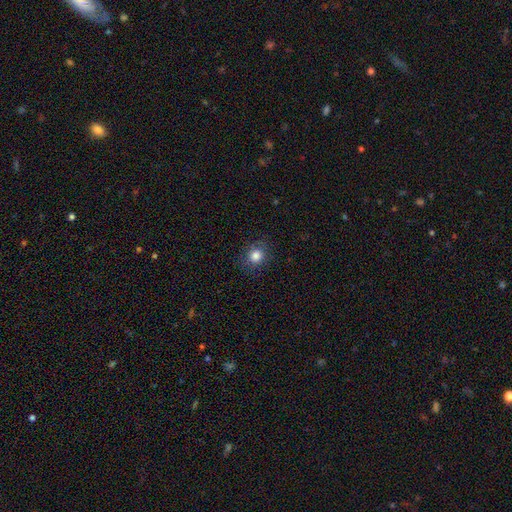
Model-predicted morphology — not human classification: smooth 82%, star or artifact 11%, featured or disk 7%. Down the decision tree: how rounded — round (77%); merging — none (85%).